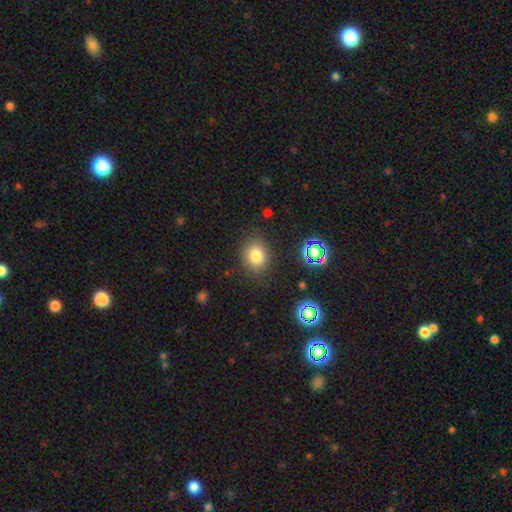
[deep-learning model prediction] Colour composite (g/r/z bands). It shows a smooth galaxy with no disk features (79%) that is round (60%). Merging: none (83%).